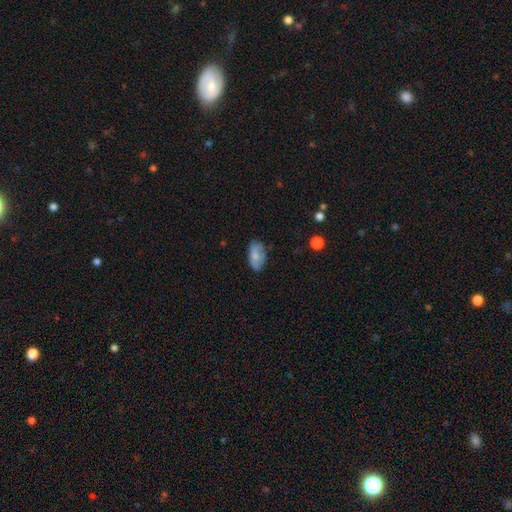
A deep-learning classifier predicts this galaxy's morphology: Smooth or featured: smooth — 68% (featured or disk — 25%)
How rounded: in between — 93% (round — 4%)
Merging: none — 66% (minor disturbance — 26%)